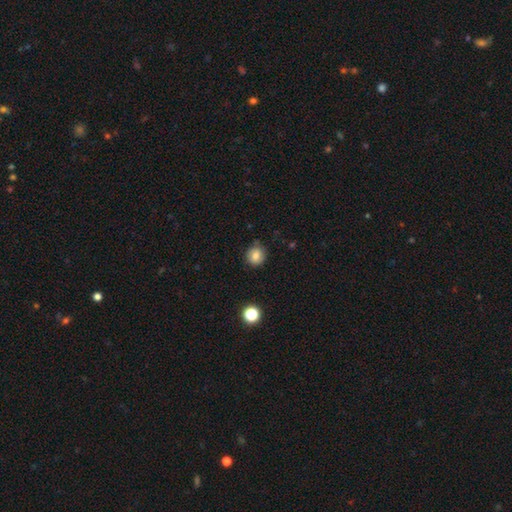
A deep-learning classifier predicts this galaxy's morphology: smooth 81%, star or artifact 11%, featured or disk 8%. Down the decision tree: how rounded — round (88%); merging — none (82%).